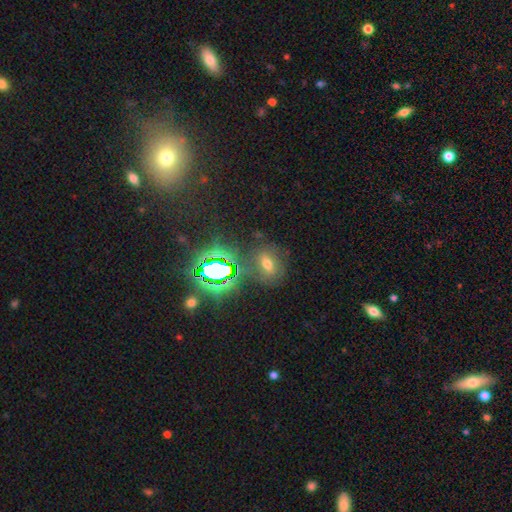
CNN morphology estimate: star or artifact 66%, smooth 22%, featured or disk 12%.